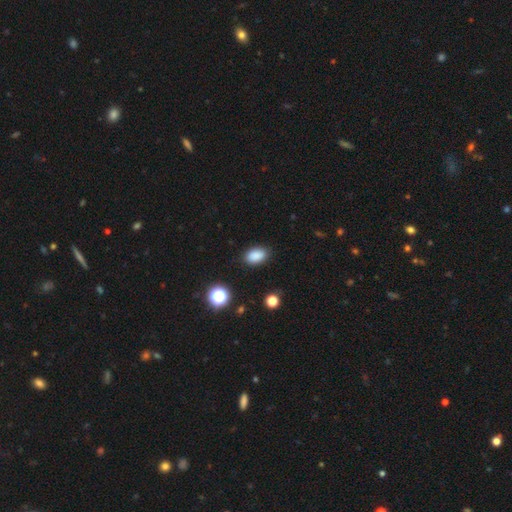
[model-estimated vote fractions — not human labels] Overall: smooth (87%). How rounded: in between (89%). Merging: none (87%).